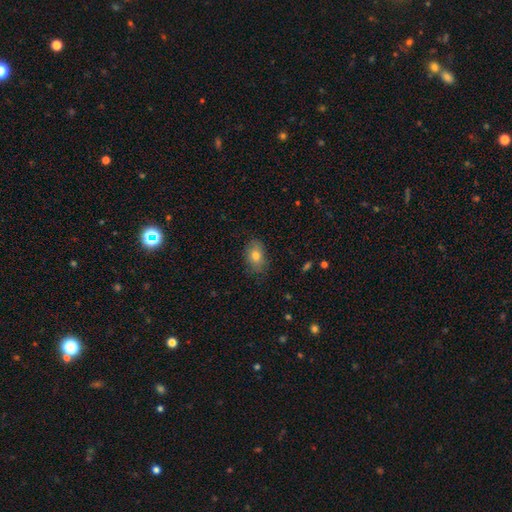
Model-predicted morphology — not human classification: Q: Smooth or featured?
A: smooth (77%); runner-up: featured or disk (13%)
Q: How rounded?
A: in between (82%); runner-up: round (16%)
Q: Merging?
A: none (78%); runner-up: minor disturbance (17%)